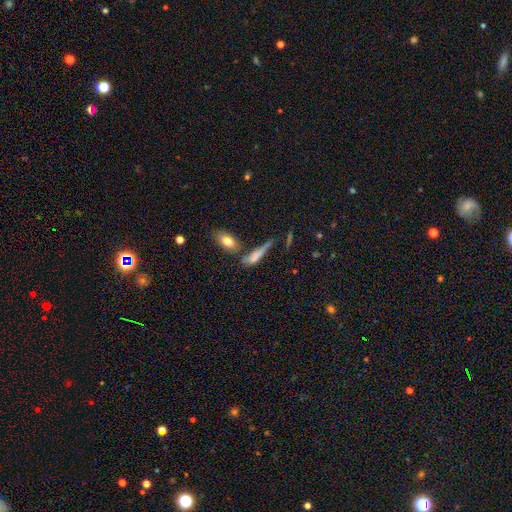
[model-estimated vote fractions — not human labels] Morphology: type=smooth (62%); roundness=cigar-shaped (61%); merging=none (40%).